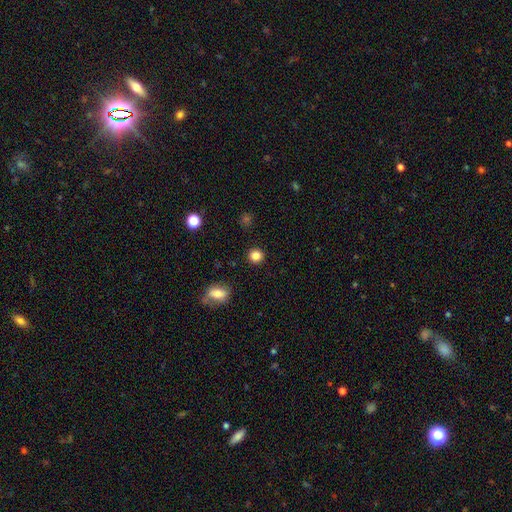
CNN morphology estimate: type=smooth (85%); roundness=round (92%); merging=none (92%).